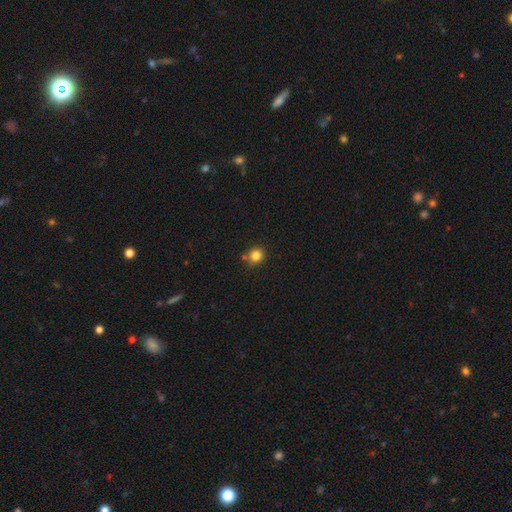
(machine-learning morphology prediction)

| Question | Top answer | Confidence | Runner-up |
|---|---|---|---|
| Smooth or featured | smooth | 82% | star or artifact (12%) |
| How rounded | round | 87% | in between (12%) |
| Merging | none | 77% | minor disturbance (11%) |